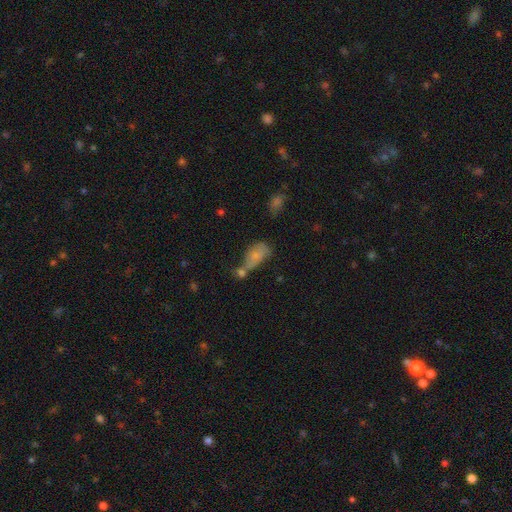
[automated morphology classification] Q: Smooth or featured?
A: smooth (71%); runner-up: featured or disk (18%)
Q: How rounded?
A: in between (87%); runner-up: round (7%)
Q: Merging?
A: merger (43%); runner-up: none (25%)